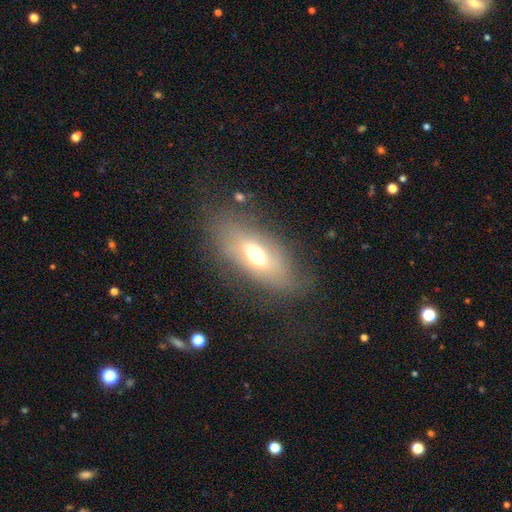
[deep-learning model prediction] smooth_or_featured: smooth (p=0.55) [alt: featured or disk p=0.35]
how_rounded: in between (p=0.82) [alt: cigar-shaped p=0.12]
merging: none (p=0.67) [alt: minor disturbance p=0.20]